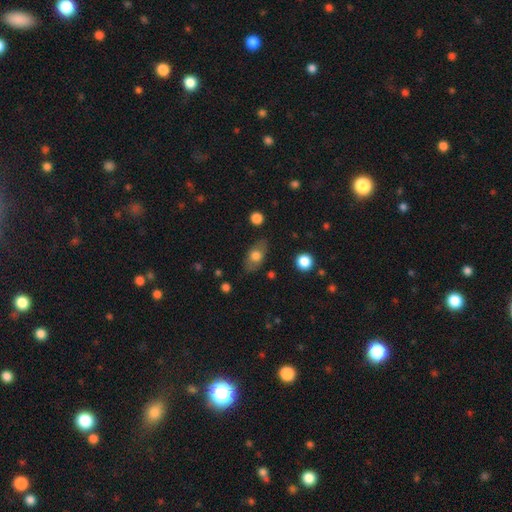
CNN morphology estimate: Smooth or featured? Predicted: smooth (p=0.69). How rounded? Predicted: in between (p=0.83). Merging? Predicted: none (p=0.76).